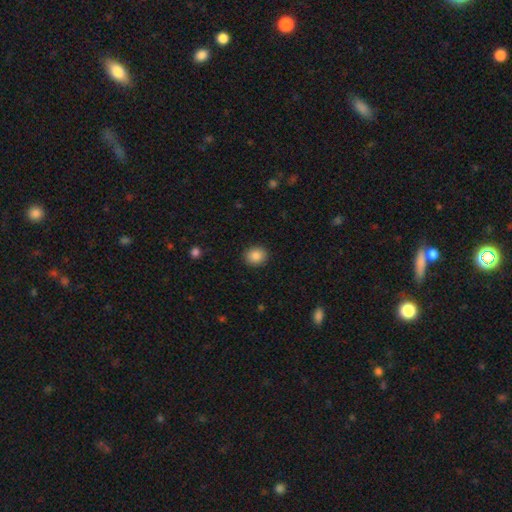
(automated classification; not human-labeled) This appears to be a smooth galaxy with no disk features (86%) that is round (73%). Merging: none (91%).